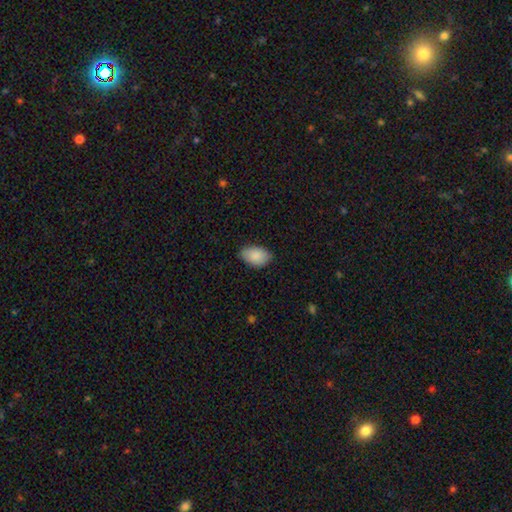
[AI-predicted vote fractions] Smooth or featured?
  - smooth: 88% *
  - star or artifact: 6%
  - featured or disk: 5%
How rounded?
  - in between: 89% *
  - round: 10%
  - cigar-shaped: 1%
Merging?
  - none: 79% *
  - minor disturbance: 18%
  - major disturbance: 3%
  - merger: 1%